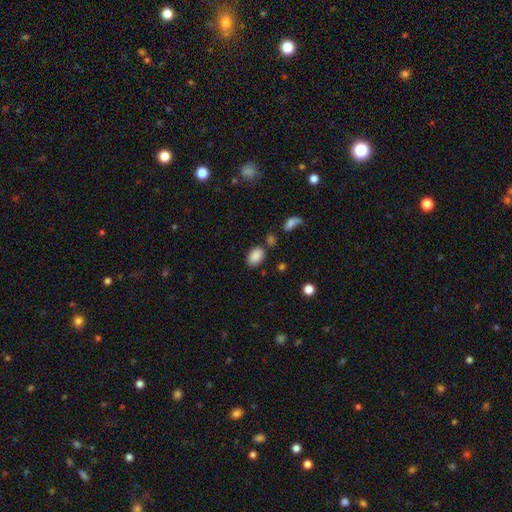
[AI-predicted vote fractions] Smooth or featured: smooth — 87% (star or artifact — 8%)
How rounded: in between — 87% (round — 12%)
Merging: none — 76% (minor disturbance — 13%)